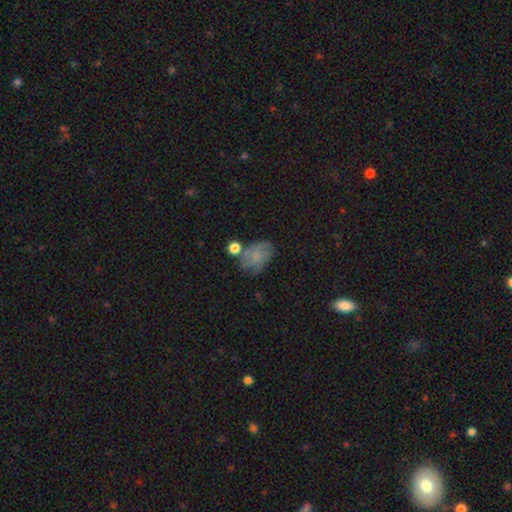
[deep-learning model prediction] Smooth or featured? smooth (48%)
Merging? none (48%)